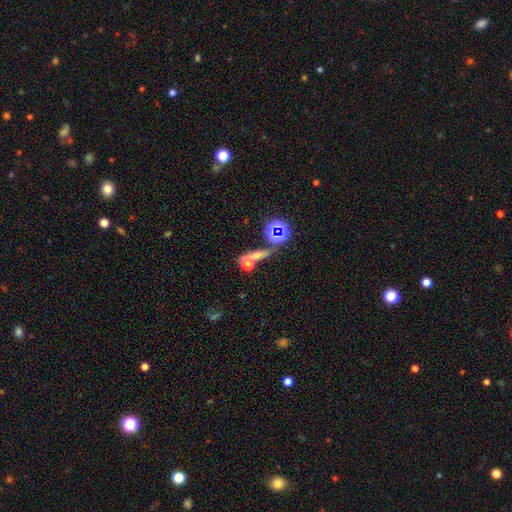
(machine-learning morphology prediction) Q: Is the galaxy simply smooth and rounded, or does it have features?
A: smooth — 50%.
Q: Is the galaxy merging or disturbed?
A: none — 48%.